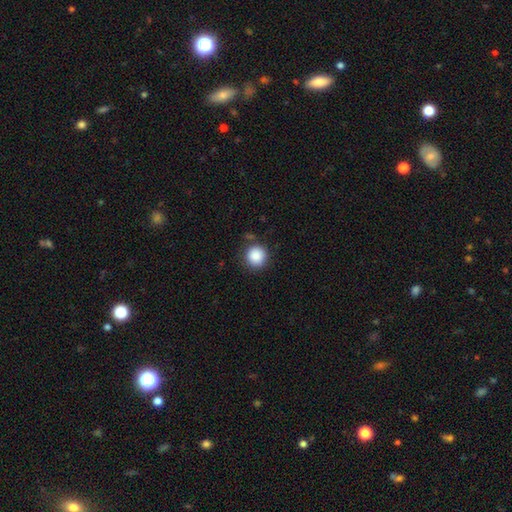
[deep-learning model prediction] smooth 88%, star or artifact 9%, featured or disk 3%. Down the decision tree: how rounded — round (94%); merging — none (85%).